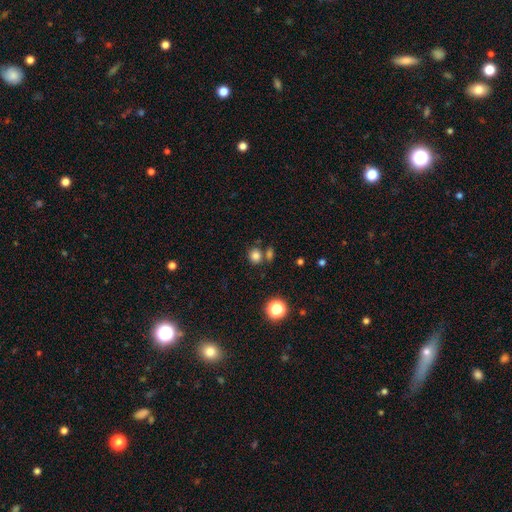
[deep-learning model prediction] A smooth galaxy with no disk features (79%) that is round (79%).

Vote fractions:
- Smooth or featured? smooth: 79% / star or artifact: 15% / featured or disk: 6%
- How rounded? round: 79% / in between: 20% / cigar-shaped: 1%
- Merging? none: 67% / merger: 19% / minor disturbance: 10% / major disturbance: 4%